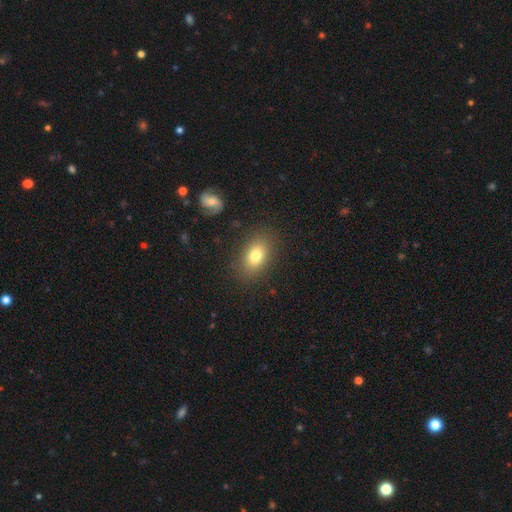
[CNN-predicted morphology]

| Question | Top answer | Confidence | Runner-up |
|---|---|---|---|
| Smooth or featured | smooth | 78% | featured or disk (13%) |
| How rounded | in between | 82% | round (16%) |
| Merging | none | 84% | minor disturbance (10%) |